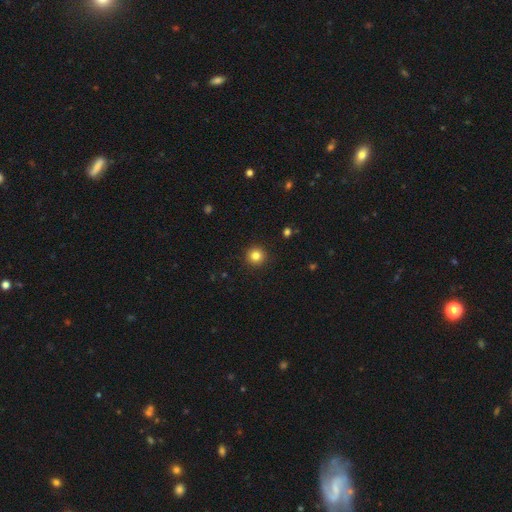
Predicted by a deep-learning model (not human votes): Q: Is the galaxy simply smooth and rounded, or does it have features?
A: smooth — 83%.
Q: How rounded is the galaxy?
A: round — 95%.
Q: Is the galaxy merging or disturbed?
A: none — 92%.